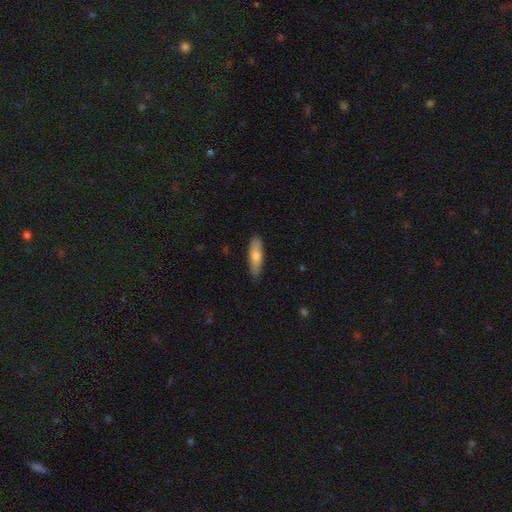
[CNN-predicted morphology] Smooth or featured? smooth (71%)
How rounded? cigar-shaped (55%)
Merging? none (86%)